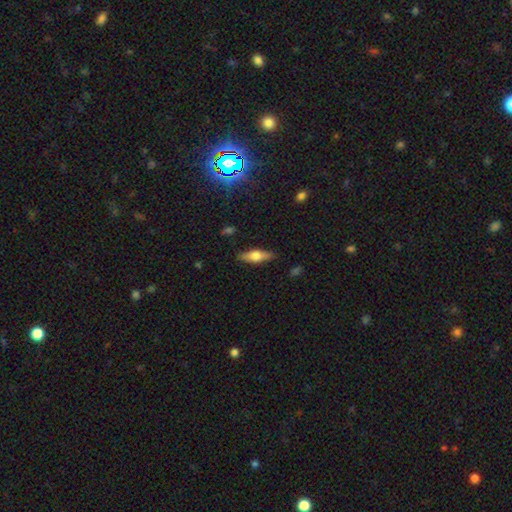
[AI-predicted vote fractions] Smooth or featured?
  - smooth: 50% *
  - featured or disk: 43%
  - star or artifact: 7%
How rounded?
  - cigar-shaped: 50% *
  - in between: 47%
  - round: 3%
Merging?
  - none: 86% *
  - minor disturbance: 10%
  - major disturbance: 2%
  - merger: 1%